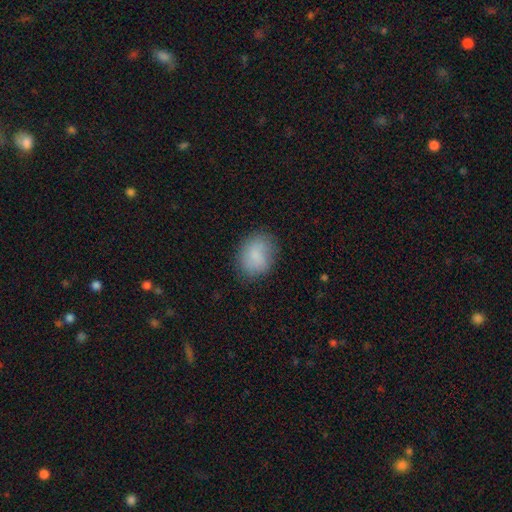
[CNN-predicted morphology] smooth_or_featured: smooth (p=0.82) [alt: featured or disk p=0.10]
how_rounded: in between (p=0.55) [alt: round p=0.44]
merging: none (p=0.76) [alt: minor disturbance p=0.18]